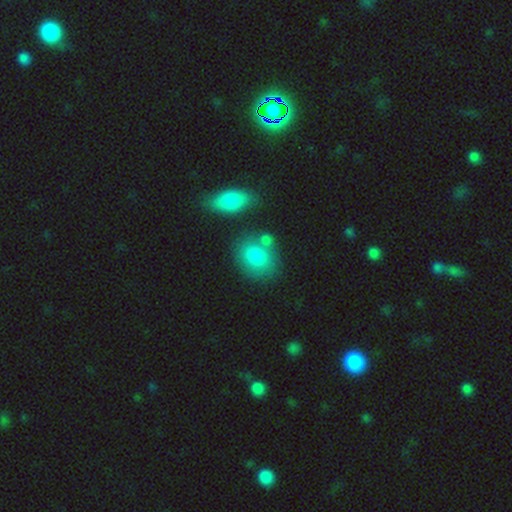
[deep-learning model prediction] This appears to be a smooth galaxy with no disk features (80%) that is in between round and cigar-shaped (54%). Merging: none (57%).